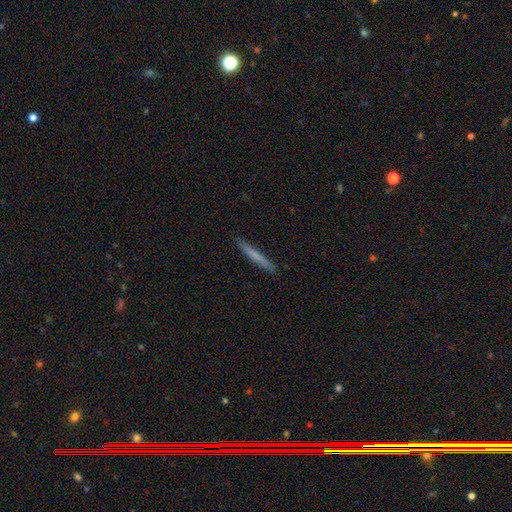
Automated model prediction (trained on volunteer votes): Smooth or featured?
  - smooth: 68% *
  - featured or disk: 26%
  - star or artifact: 6%
How rounded?
  - cigar-shaped: 96% *
  - in between: 2%
  - round: 1%
Merging?
  - none: 90% *
  - minor disturbance: 7%
  - major disturbance: 1%
  - merger: 1%